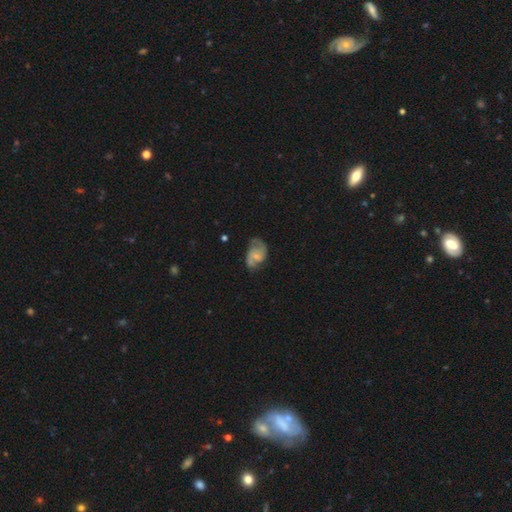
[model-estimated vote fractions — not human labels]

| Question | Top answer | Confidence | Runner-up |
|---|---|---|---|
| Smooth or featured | featured or disk | 63% | smooth (29%) |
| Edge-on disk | no | 97% | yes (3%) |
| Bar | no | 54% | weak (38%) |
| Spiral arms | yes | 85% | no (15%) |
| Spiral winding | medium | 44% | loose (38%) |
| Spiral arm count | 2 | 78% | can't tell (12%) |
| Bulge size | small | 59% | moderate (27%) |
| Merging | none | 50% | minor disturbance (29%) |